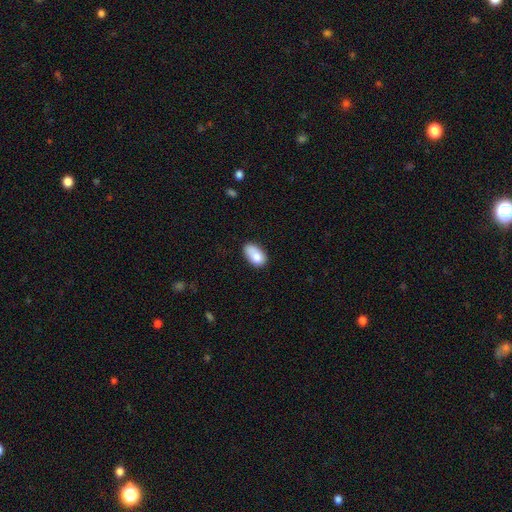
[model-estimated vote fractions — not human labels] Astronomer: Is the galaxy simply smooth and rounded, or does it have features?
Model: smooth — 83%.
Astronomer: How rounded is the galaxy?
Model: in between — 92%.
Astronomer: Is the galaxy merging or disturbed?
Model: none — 55% (runner-up: minor disturbance, 31%).